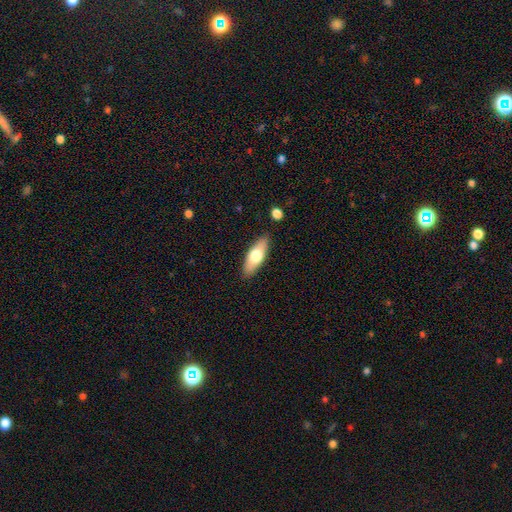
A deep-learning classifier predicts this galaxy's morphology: A smooth galaxy with no disk features (63%) that is in between round and cigar-shaped (65%).

Vote fractions:
- Smooth or featured? smooth: 63% / featured or disk: 31% / star or artifact: 6%
- How rounded? in between: 65% / cigar-shaped: 32% / round: 2%
- Merging? none: 86% / minor disturbance: 10% / major disturbance: 2% / merger: 2%